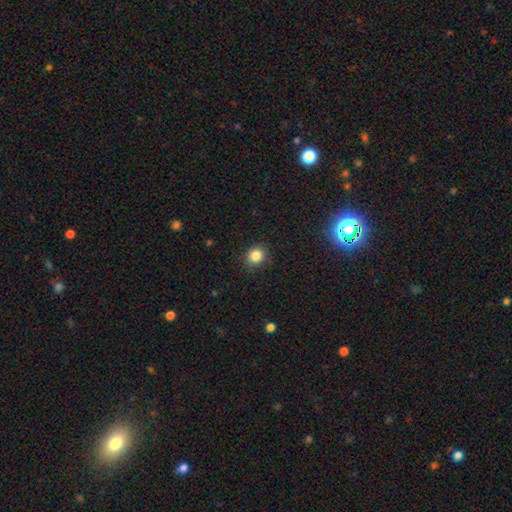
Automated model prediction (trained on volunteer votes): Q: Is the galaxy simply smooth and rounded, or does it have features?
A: smooth — 85%.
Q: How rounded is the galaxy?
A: round — 83%.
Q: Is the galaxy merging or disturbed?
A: none — 88%.